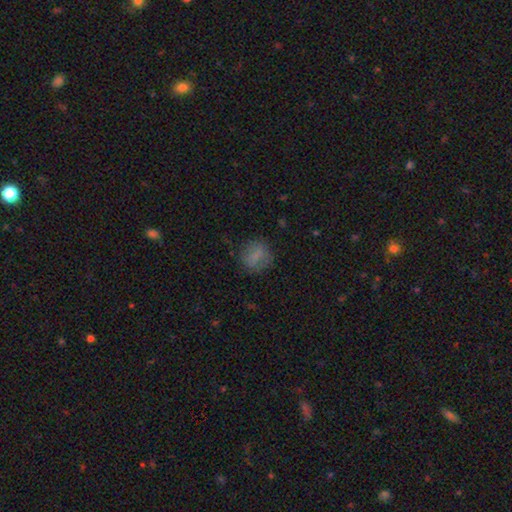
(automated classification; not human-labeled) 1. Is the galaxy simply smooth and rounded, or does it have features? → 74% smooth, 14% featured or disk, 11% star or artifact.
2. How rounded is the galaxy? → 73% round, 25% in between, 2% cigar-shaped.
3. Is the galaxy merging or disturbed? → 76% none, 16% minor disturbance, 7% major disturbance, 1% merger.